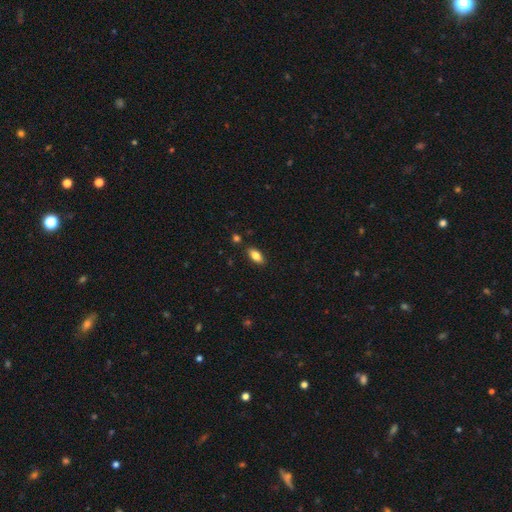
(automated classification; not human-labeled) A smooth galaxy with no disk features (83%) that is in between round and cigar-shaped (89%).

Vote fractions:
- Smooth or featured? smooth: 83% / featured or disk: 9% / star or artifact: 8%
- How rounded? in between: 89% / cigar-shaped: 9% / round: 3%
- Merging? none: 86% / minor disturbance: 10% / merger: 2% / major disturbance: 2%